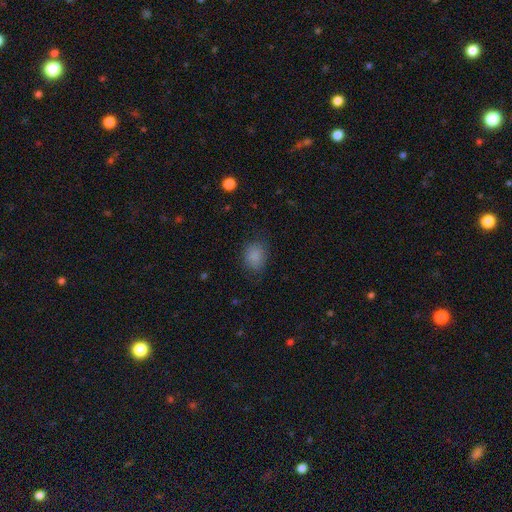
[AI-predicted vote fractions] smooth 84%, star or artifact 11%, featured or disk 5%. Down the decision tree: how rounded — in between (55%); merging — none (75%).